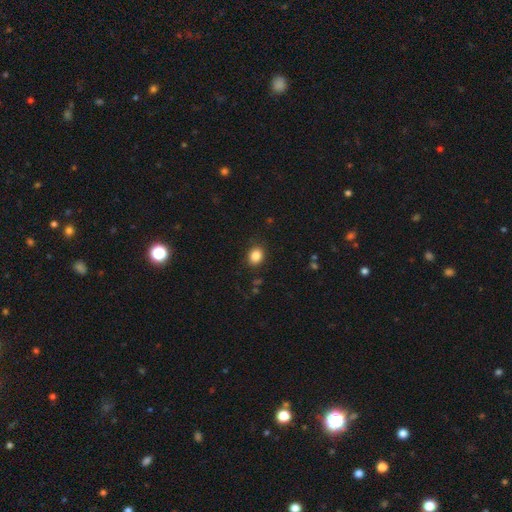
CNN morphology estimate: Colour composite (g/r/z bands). It shows a smooth galaxy with no disk features (86%) that is round (53%). Merging: none (87%).